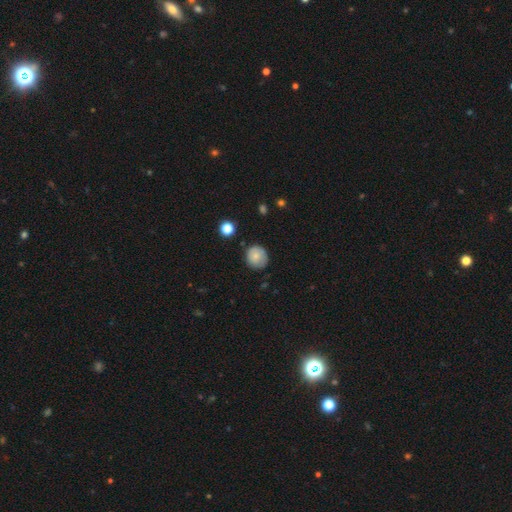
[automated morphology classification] Q: Smooth or featured?
A: smooth (77%); runner-up: featured or disk (14%)
Q: How rounded?
A: round (87%); runner-up: in between (12%)
Q: Merging?
A: none (78%); runner-up: minor disturbance (17%)